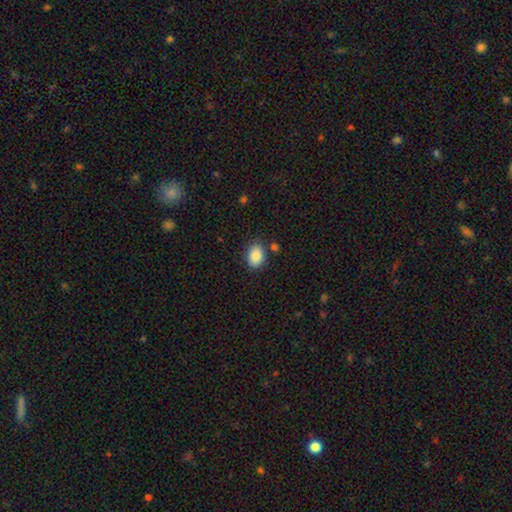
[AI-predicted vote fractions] Morphology: type=smooth (86%); roundness=in between (78%); merging=none (80%).